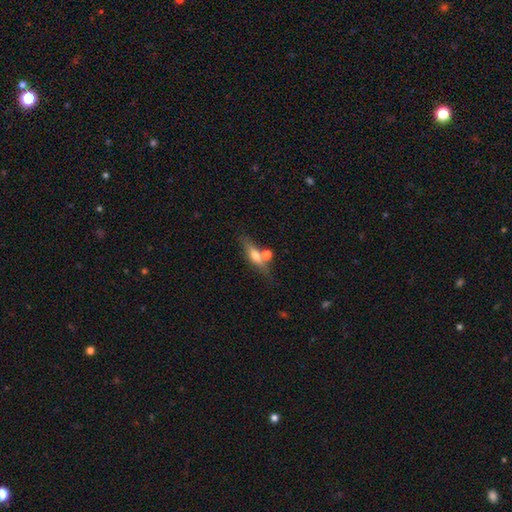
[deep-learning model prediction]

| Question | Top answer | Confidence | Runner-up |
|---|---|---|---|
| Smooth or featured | smooth | 51% | featured or disk (41%) |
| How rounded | cigar-shaped | 59% | in between (36%) |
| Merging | none | 59% | merger (23%) |